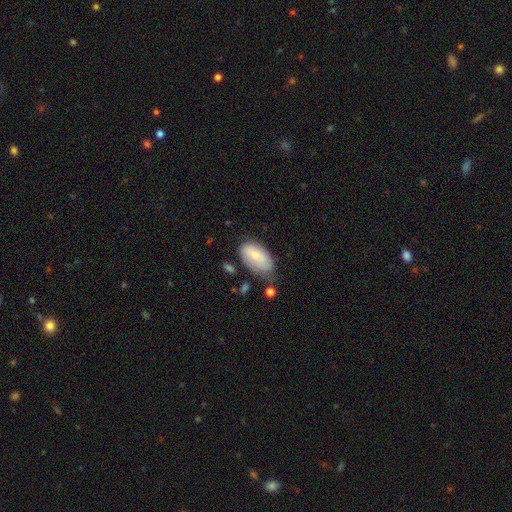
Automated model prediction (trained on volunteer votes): smooth_or_featured: smooth (p=0.71) [alt: featured or disk p=0.22]
how_rounded: in between (p=0.94) [alt: round p=0.03]
merging: none (p=0.49) [alt: minor disturbance p=0.34]